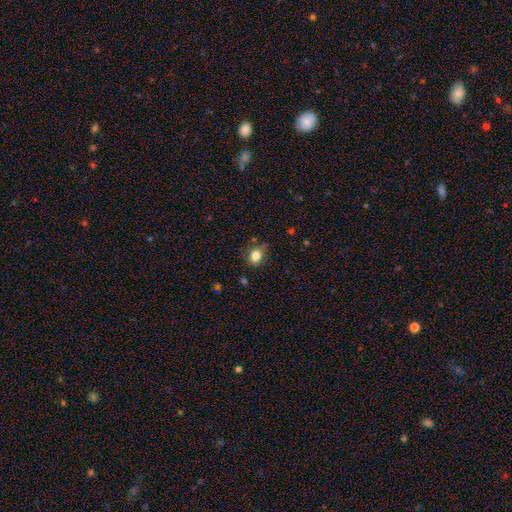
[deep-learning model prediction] smooth_or_featured: smooth (p=0.81) [alt: star or artifact p=0.11]
how_rounded: round (p=0.59) [alt: in between p=0.40]
merging: none (p=0.71) [alt: minor disturbance p=0.21]